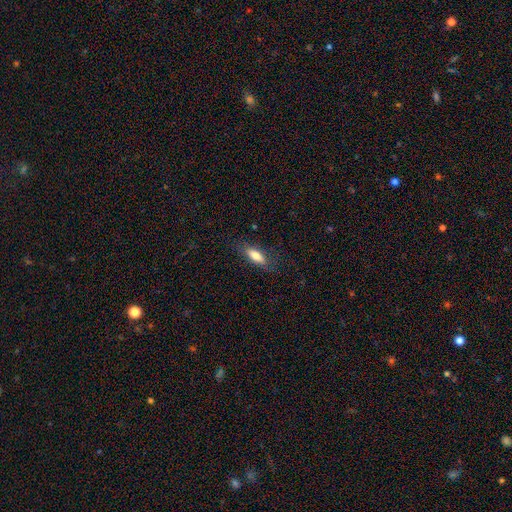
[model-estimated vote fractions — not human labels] smooth_or_featured: smooth (p=0.75) [alt: featured or disk p=0.18]
how_rounded: in between (p=0.59) [alt: cigar-shaped p=0.39]
merging: none (p=0.79) [alt: minor disturbance p=0.15]